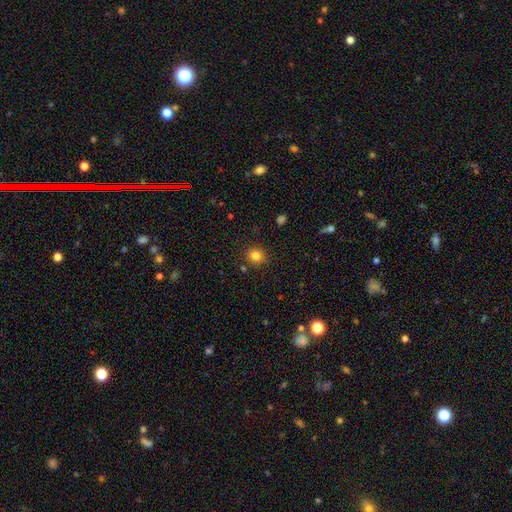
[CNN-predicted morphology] This is clearly a smooth galaxy (82%). How rounded: clearly round (87%). Merging: clearly none (87%).